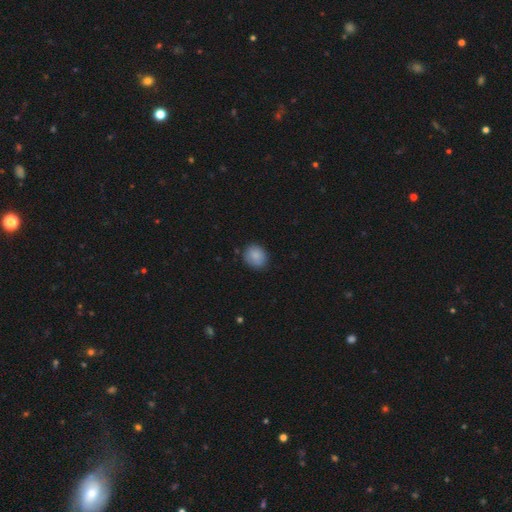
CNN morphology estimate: smooth_or_featured: smooth (p=0.86) [alt: star or artifact p=0.08]
how_rounded: round (p=0.68) [alt: in between p=0.31]
merging: none (p=0.82) [alt: minor disturbance p=0.14]